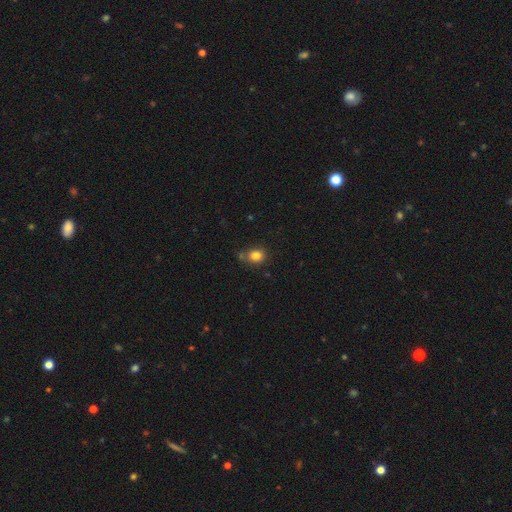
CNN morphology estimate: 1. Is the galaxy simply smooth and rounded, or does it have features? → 81% smooth, 12% star or artifact, 7% featured or disk.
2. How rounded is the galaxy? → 61% round, 38% in between, 1% cigar-shaped.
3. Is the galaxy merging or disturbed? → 71% none, 17% minor disturbance, 8% merger, 4% major disturbance.